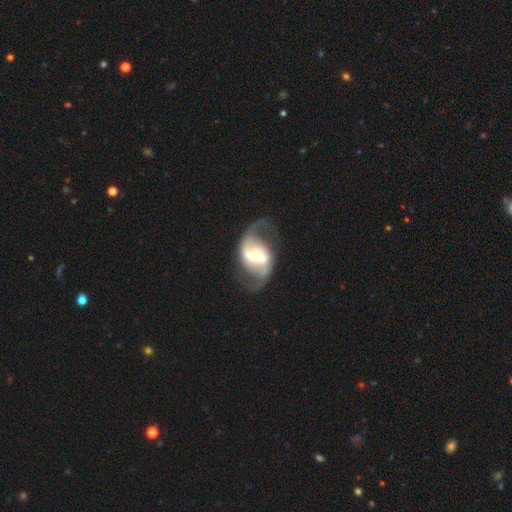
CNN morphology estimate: A featured or disk galaxy (87%) with a strong bar (54%), 2 (93%) loose (59%) spiral arms (93%) and a moderate central bulge (40%).

Vote fractions:
- Smooth or featured? featured or disk: 87% / smooth: 8% / star or artifact: 5%
- Edge-on disk? no: 97% / yes: 3%
- Bar? strong: 54% / weak: 31% / no: 15%
- Spiral arms? yes: 93% / no: 7%
- Spiral winding? loose: 59% / medium: 34% / tight: 8%
- Spiral arm count? 2: 93% / can't tell: 2% / 1: 2% / 3: 1% / 4: 1% / more than 4: 1%
- Bulge size? moderate: 40% / small: 37% / large: 15% / none: 5% / dominant: 4%
- Merging? none: 71% / minor disturbance: 14% / major disturbance: 13% / merger: 3%